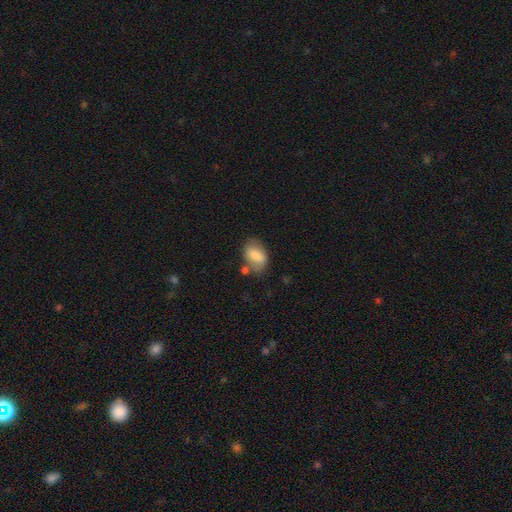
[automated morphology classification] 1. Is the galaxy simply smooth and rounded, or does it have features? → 78% smooth, 14% featured or disk, 8% star or artifact.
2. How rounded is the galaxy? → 87% in between, 10% round, 2% cigar-shaped.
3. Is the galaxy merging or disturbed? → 57% none, 23% minor disturbance, 11% merger, 8% major disturbance.